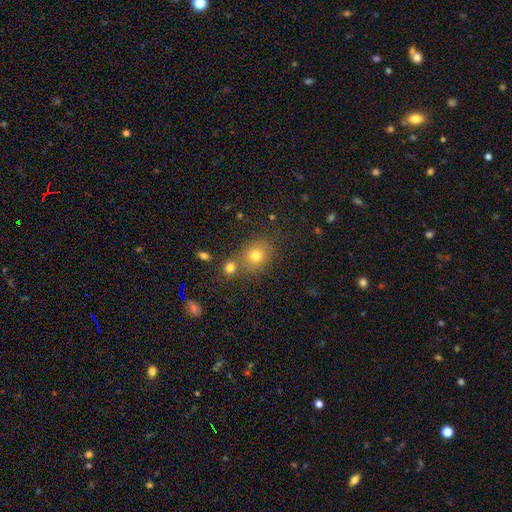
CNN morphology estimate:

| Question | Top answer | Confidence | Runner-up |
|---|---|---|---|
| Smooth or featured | smooth | 75% | star or artifact (16%) |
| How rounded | round | 70% | in between (29%) |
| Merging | none | 67% | merger (18%) |